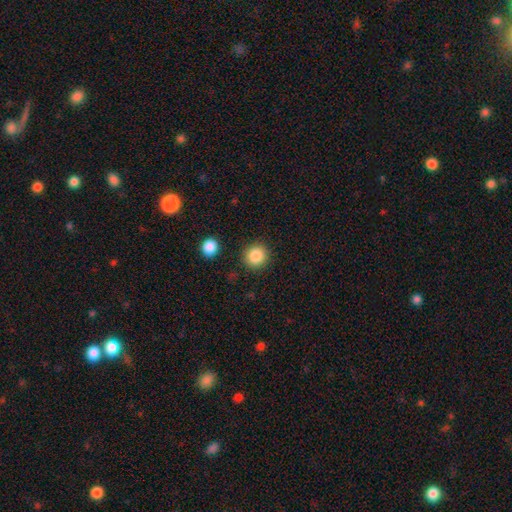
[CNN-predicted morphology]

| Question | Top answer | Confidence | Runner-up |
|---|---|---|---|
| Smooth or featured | smooth | 87% | star or artifact (9%) |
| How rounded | round | 91% | in between (8%) |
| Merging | none | 89% | minor disturbance (6%) |